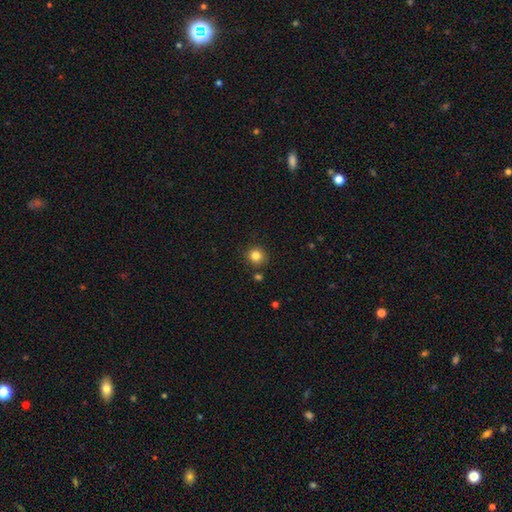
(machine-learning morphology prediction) smooth-or-featured: smooth: 83% | star or artifact: 12% | featured or disk: 5%
  how-rounded: round: 92% | in between: 7% | cigar-shaped: 1%
  merging: none: 87% | minor disturbance: 7% | merger: 4% | major disturbance: 2%